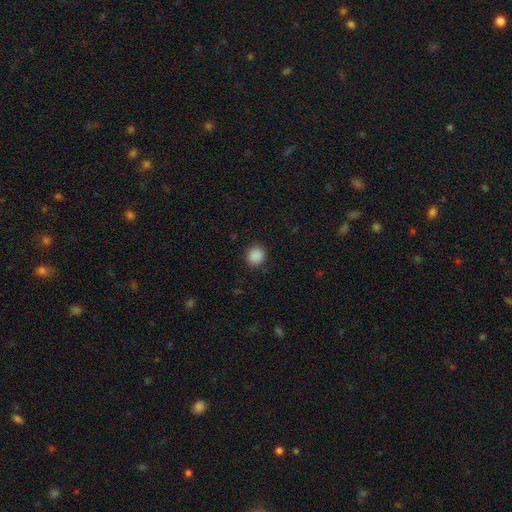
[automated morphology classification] This appears to be a smooth galaxy with no disk features (88%) that is round (91%). Merging: none (90%).